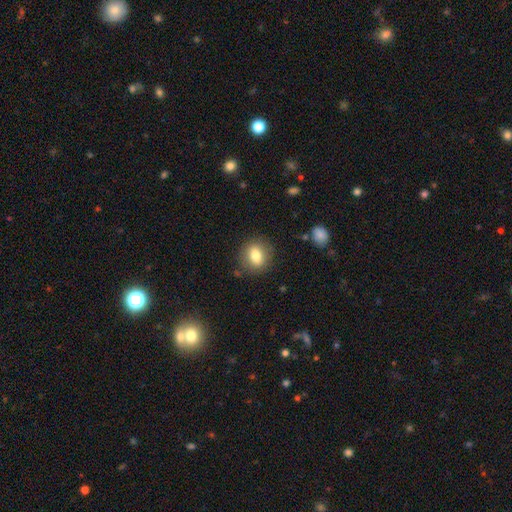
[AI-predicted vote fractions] smooth-or-featured: smooth: 77% | featured or disk: 14% | star or artifact: 9%
  how-rounded: round: 64% | in between: 35% | cigar-shaped: 1%
  merging: none: 84% | minor disturbance: 10% | major disturbance: 4% | merger: 2%